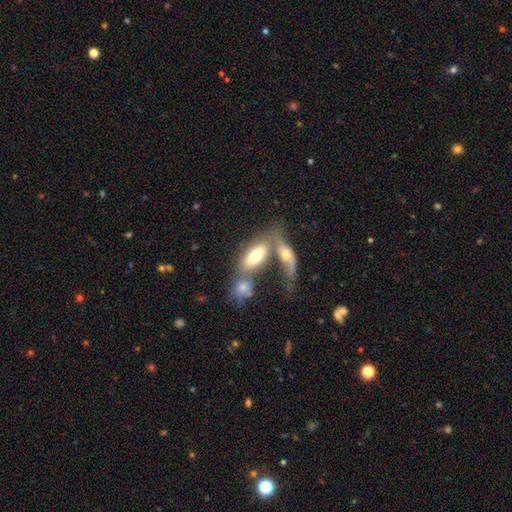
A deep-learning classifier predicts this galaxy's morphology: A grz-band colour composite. It shows a smooth galaxy with no disk features (64%) that is in between round and cigar-shaped (79%). Merging: merger (54%).